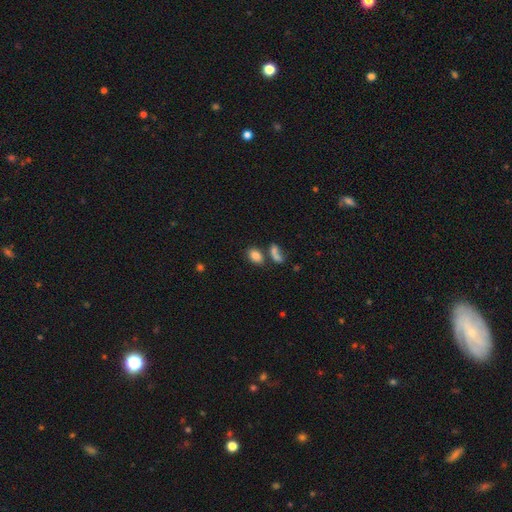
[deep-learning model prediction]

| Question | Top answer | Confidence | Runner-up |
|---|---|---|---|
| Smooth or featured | smooth | 83% | star or artifact (10%) |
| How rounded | in between | 87% | round (11%) |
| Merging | none | 56% | merger (28%) |